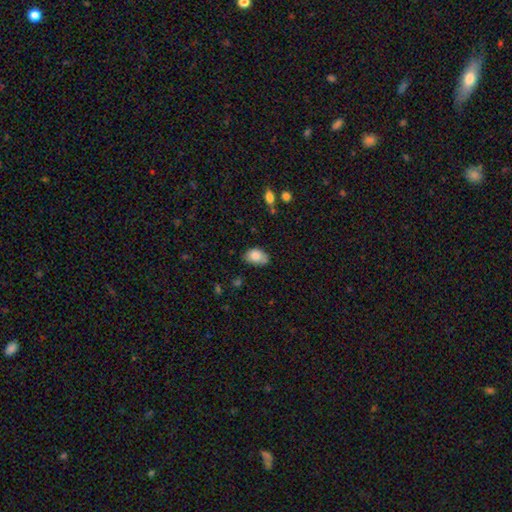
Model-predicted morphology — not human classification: Smooth or featured?
  - smooth: 83% *
  - featured or disk: 10%
  - star or artifact: 8%
How rounded?
  - in between: 87% *
  - round: 12%
  - cigar-shaped: 1%
Merging?
  - none: 63% *
  - minor disturbance: 28%
  - major disturbance: 5%
  - merger: 3%